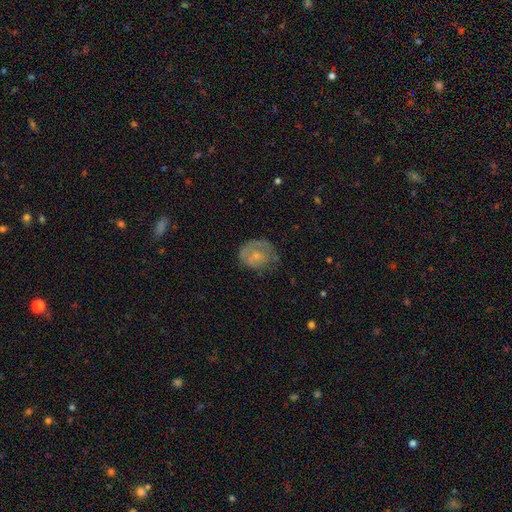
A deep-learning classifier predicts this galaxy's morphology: smooth 48%, featured or disk 43%, star or artifact 9%. Down the decision tree: merging — none (52%).